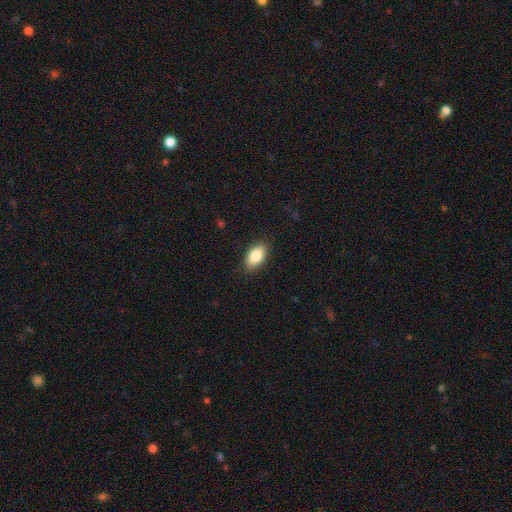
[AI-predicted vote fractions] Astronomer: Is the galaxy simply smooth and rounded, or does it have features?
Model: smooth — 86%.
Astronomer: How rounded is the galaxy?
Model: in between — 92%.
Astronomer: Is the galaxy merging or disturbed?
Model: none — 88%.